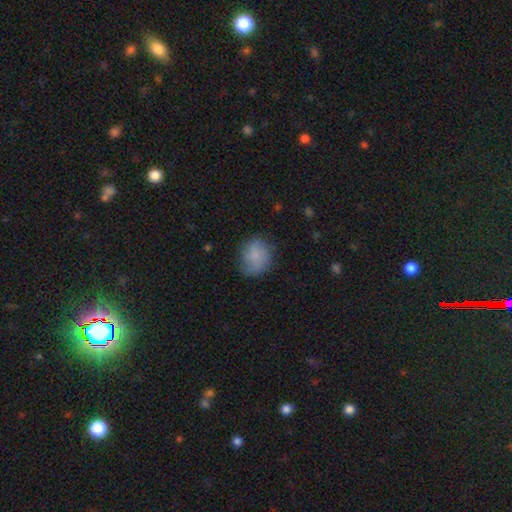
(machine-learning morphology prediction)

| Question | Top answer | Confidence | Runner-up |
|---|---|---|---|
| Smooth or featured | smooth | 73% | featured or disk (19%) |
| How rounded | round | 68% | in between (31%) |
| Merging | none | 68% | minor disturbance (23%) |